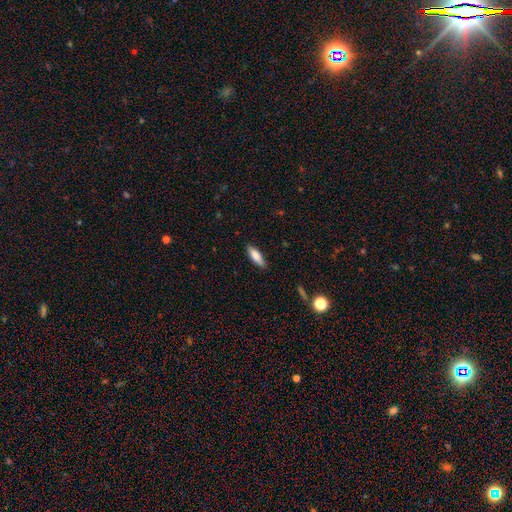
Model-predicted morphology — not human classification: This appears to be a smooth galaxy with no disk features (82%) that is in between round and cigar-shaped (54%). Merging: none (85%).